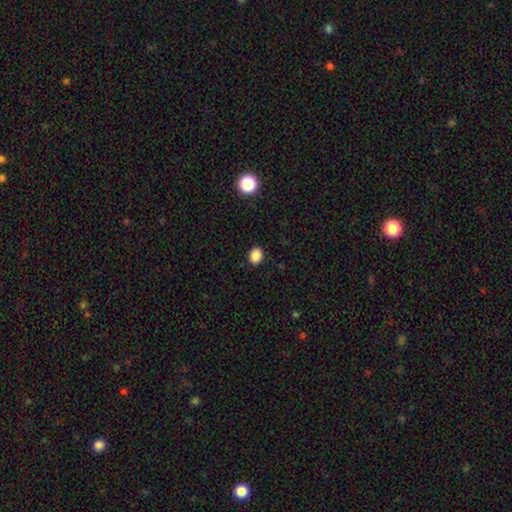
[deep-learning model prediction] smooth_or_featured: smooth (p=0.87) [alt: star or artifact p=0.11]
how_rounded: round (p=0.58) [alt: in between p=0.41]
merging: none (p=0.91) [alt: minor disturbance p=0.07]